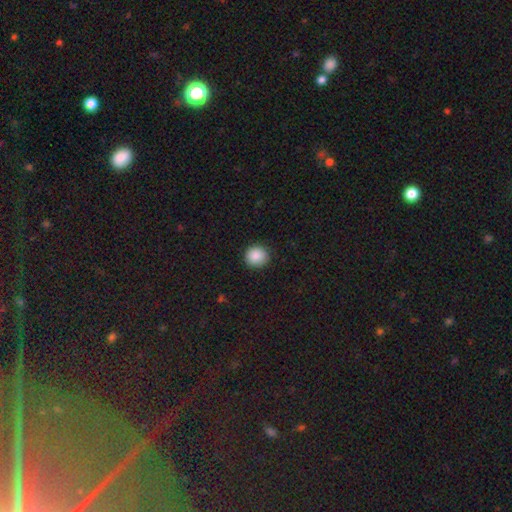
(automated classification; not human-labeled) smooth-or-featured: smooth: 88% | star or artifact: 9% | featured or disk: 3%
  how-rounded: round: 90% | in between: 9% | cigar-shaped: 1%
  merging: none: 90% | minor disturbance: 7% | major disturbance: 2% | merger: 1%